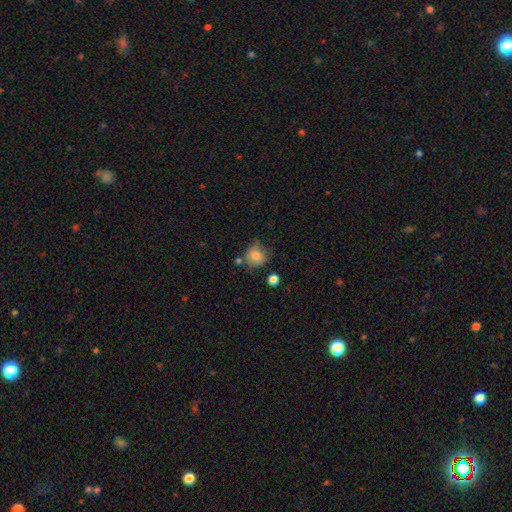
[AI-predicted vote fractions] Smooth or featured?
  - smooth: 80% *
  - star or artifact: 10%
  - featured or disk: 10%
How rounded?
  - round: 86% *
  - in between: 13%
  - cigar-shaped: 1%
Merging?
  - none: 68% *
  - minor disturbance: 19%
  - merger: 8%
  - major disturbance: 5%